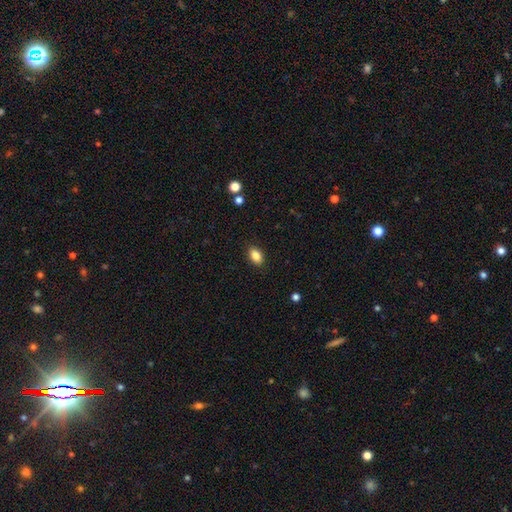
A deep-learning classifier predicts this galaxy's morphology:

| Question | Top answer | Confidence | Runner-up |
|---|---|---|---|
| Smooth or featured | smooth | 86% | star or artifact (8%) |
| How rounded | in between | 87% | round (11%) |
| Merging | none | 89% | minor disturbance (8%) |